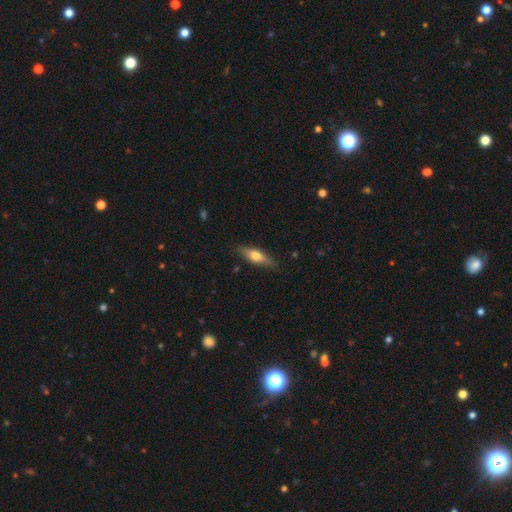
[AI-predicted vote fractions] A smooth galaxy with no disk features (54%) that is cigar-shaped (52%).

Vote fractions:
- Smooth or featured? smooth: 54% / featured or disk: 40% / star or artifact: 6%
- How rounded? cigar-shaped: 52% / in between: 45% / round: 3%
- Merging? none: 80% / minor disturbance: 16% / major disturbance: 3% / merger: 1%